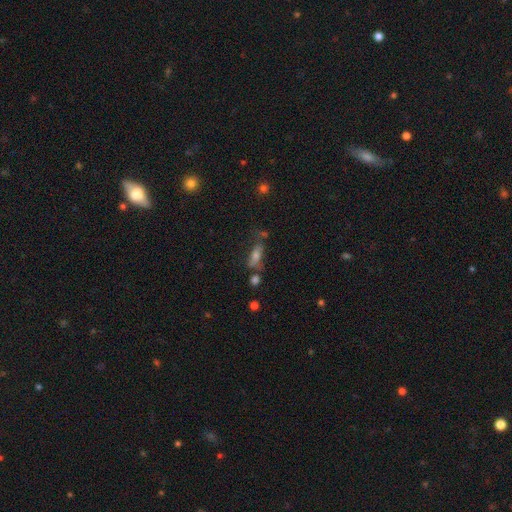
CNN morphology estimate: Smooth or featured?
  - smooth: 50% *
  - featured or disk: 34%
  - star or artifact: 16%
How rounded?
  - in between: 50% *
  - cigar-shaped: 45%
  - round: 5%
Merging?
  - none: 52% *
  - minor disturbance: 20%
  - merger: 16%
  - major disturbance: 12%